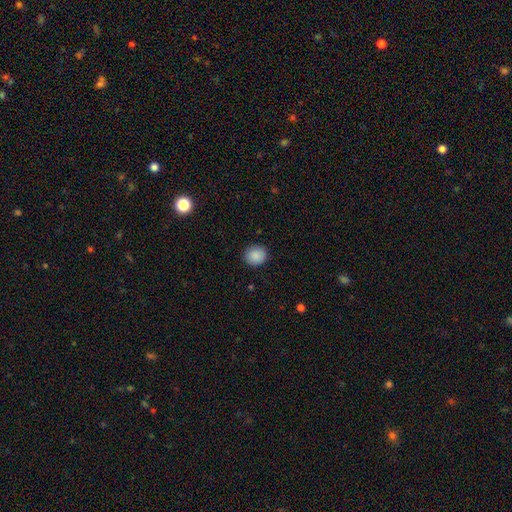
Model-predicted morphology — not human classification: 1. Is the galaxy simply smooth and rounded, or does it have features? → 88% smooth, 8% star or artifact, 3% featured or disk.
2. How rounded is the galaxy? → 81% round, 19% in between, 1% cigar-shaped.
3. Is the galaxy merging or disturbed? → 90% none, 7% minor disturbance, 2% major disturbance, 1% merger.